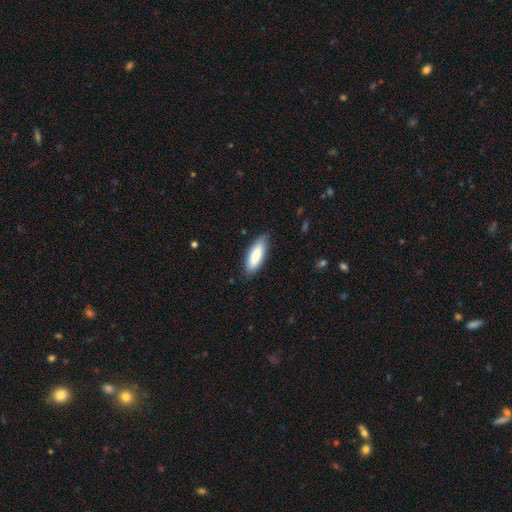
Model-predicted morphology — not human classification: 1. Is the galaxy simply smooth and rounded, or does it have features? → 84% smooth, 10% featured or disk, 5% star or artifact.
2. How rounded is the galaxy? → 66% in between, 33% cigar-shaped, 1% round.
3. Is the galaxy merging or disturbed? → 82% none, 14% minor disturbance, 2% major disturbance, 1% merger.